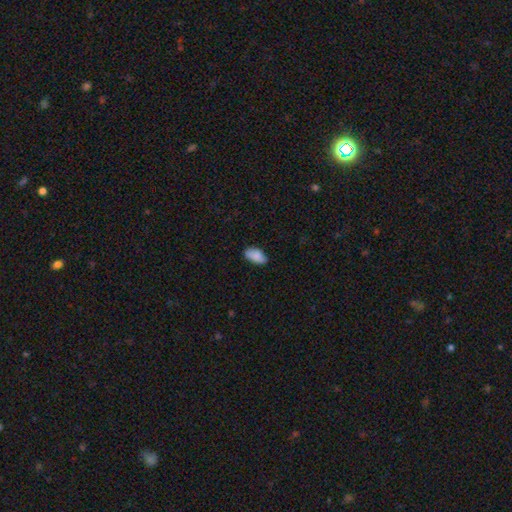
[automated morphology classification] Smooth or featured?
  - smooth: 87% *
  - star or artifact: 7%
  - featured or disk: 6%
How rounded?
  - in between: 93% *
  - cigar-shaped: 4%
  - round: 3%
Merging?
  - none: 78% *
  - minor disturbance: 18%
  - major disturbance: 3%
  - merger: 1%